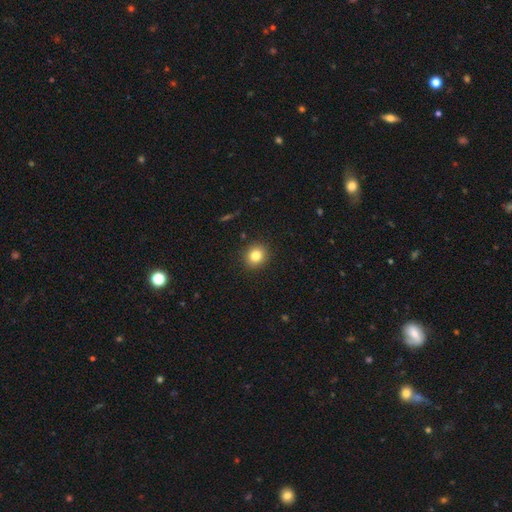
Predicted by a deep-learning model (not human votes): This appears to be a smooth galaxy with no disk features (82%) that is round (78%). Merging: none (90%).